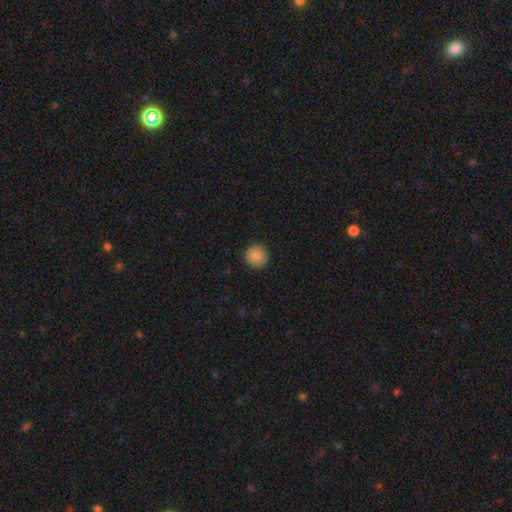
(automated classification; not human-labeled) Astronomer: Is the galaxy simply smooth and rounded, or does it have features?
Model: smooth — 86%.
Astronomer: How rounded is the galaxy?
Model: round — 94%.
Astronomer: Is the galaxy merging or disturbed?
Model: none — 90%.